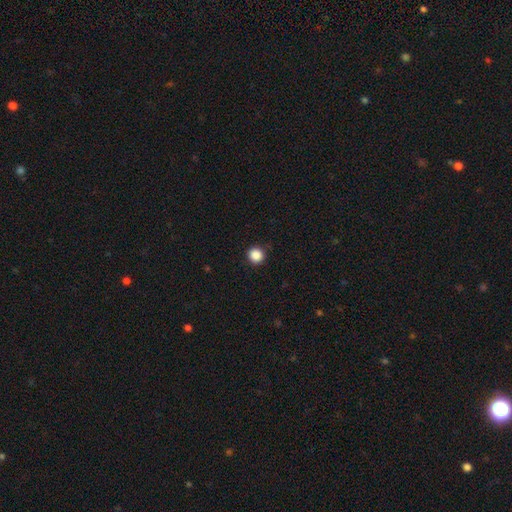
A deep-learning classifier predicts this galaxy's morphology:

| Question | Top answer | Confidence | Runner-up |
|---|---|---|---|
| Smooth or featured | smooth | 88% | star or artifact (10%) |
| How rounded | round | 94% | in between (5%) |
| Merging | none | 92% | minor disturbance (6%) |